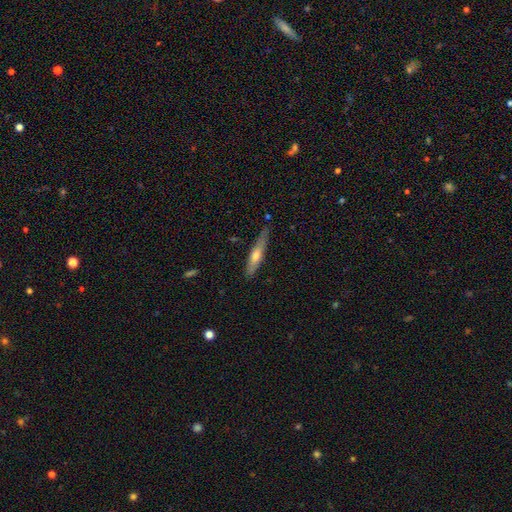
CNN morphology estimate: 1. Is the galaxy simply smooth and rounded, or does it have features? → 50% smooth, 44% featured or disk, 6% star or artifact.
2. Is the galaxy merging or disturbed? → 75% none, 19% minor disturbance, 3% major disturbance, 2% merger.